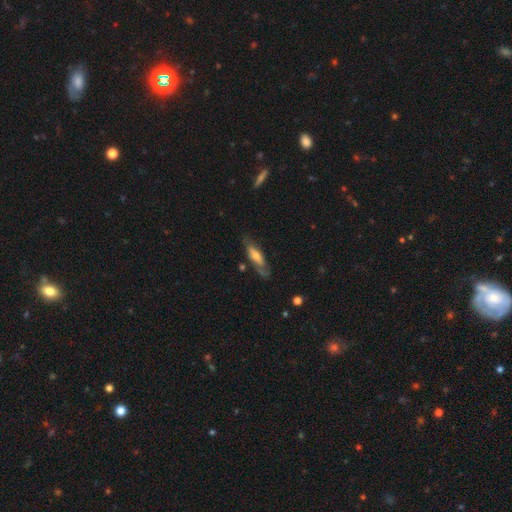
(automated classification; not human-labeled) Smooth or featured? Predicted: featured or disk (p=0.55). Edge-on disk? Predicted: no (p=0.56). Merging? Predicted: none (p=0.63).